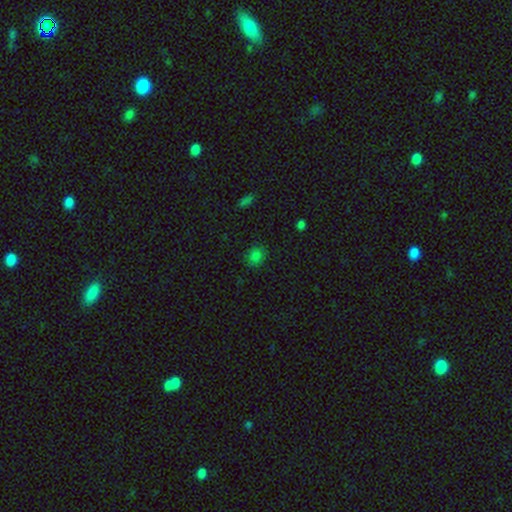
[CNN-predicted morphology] Smooth or featured? Predicted: smooth (p=0.79). How rounded? Predicted: round (p=0.64). Merging? Predicted: none (p=0.82).